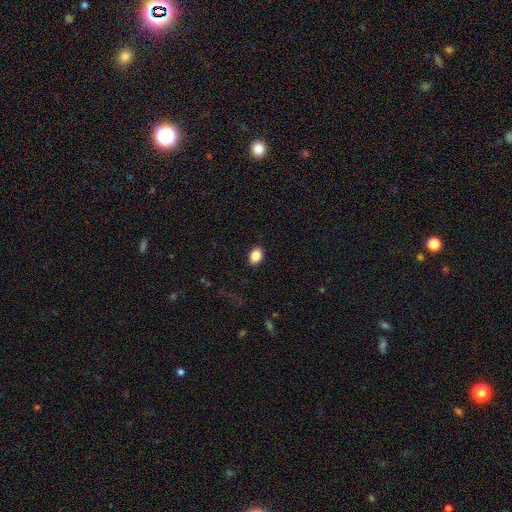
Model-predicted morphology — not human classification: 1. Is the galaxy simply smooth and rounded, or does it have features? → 87% smooth, 9% star or artifact, 4% featured or disk.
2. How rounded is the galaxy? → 71% in between, 28% round, 1% cigar-shaped.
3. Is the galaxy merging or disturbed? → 89% none, 8% minor disturbance, 2% major disturbance, 1% merger.